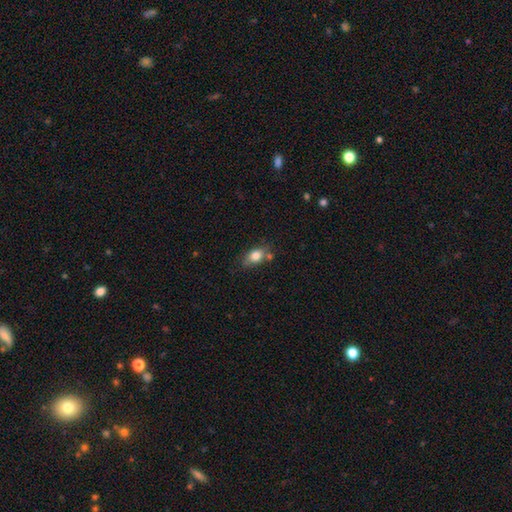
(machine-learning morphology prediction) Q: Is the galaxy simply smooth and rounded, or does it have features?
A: smooth — 78%.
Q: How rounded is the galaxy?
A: in between — 80%.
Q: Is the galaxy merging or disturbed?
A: none — 63%.